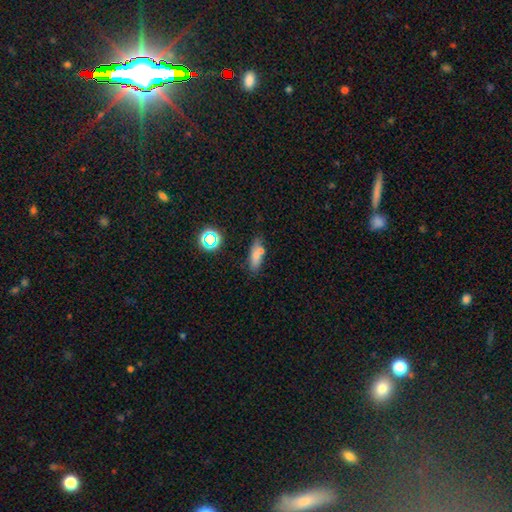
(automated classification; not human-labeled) Smooth or featured? Predicted: smooth (p=0.69). How rounded? Predicted: in between (p=0.58). Merging? Predicted: none (p=0.61).